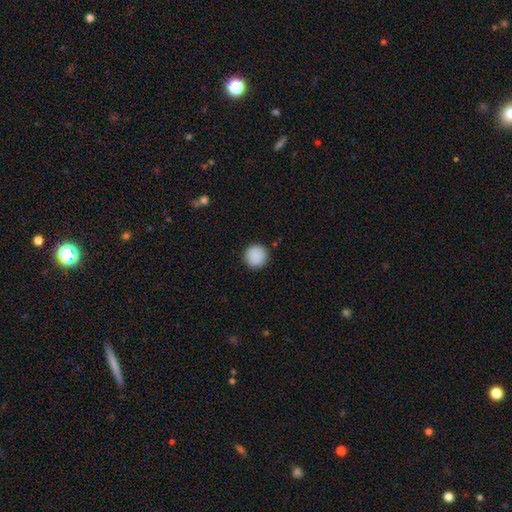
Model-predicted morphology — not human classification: Smooth or featured: smooth — 90% (star or artifact — 8%)
How rounded: round — 95% (in between — 4%)
Merging: none — 91% (minor disturbance — 6%)